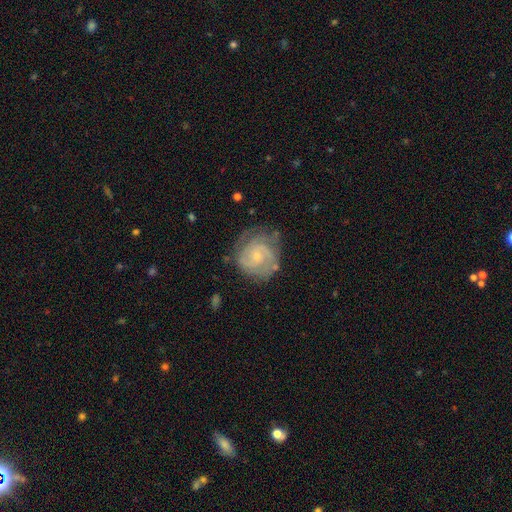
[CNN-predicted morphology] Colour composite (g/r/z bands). It shows a featured or disk galaxy (80%) with no bar (61%), 2 (54%) tight (59%) spiral arms (95%) and a small central bulge (73%). Merging: none (69%).